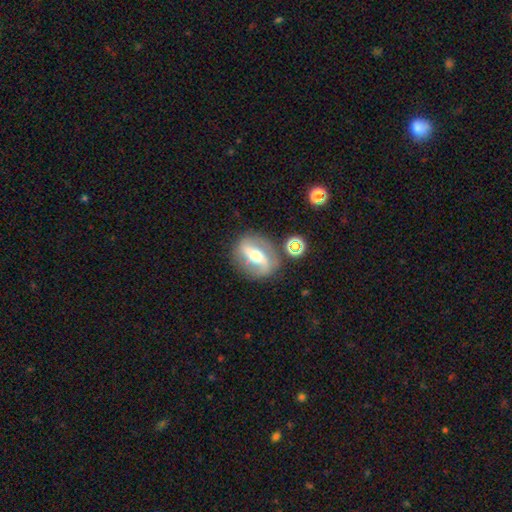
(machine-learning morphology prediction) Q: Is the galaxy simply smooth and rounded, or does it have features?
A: featured or disk — 74%.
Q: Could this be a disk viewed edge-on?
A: no — 85%.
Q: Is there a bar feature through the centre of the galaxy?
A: strong — 64%.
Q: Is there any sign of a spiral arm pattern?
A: yes — 69%.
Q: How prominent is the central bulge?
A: moderate — 66%.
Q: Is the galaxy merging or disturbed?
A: none — 79%.